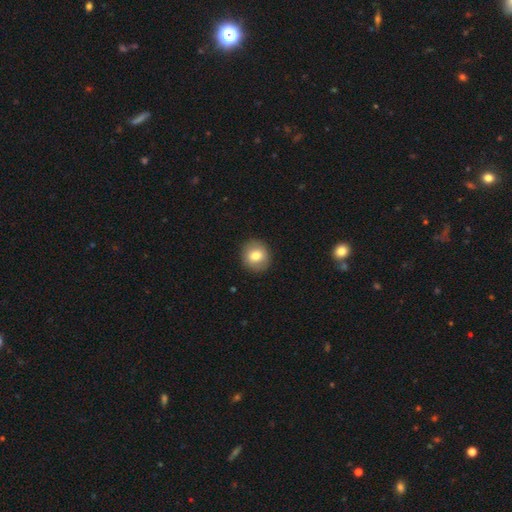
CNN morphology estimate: The model was most divided on "smooth or featured": smooth: 76%, featured or disk: 16%, star or artifact: 8%. More confident: merging — none (90%); how rounded — round (87%).